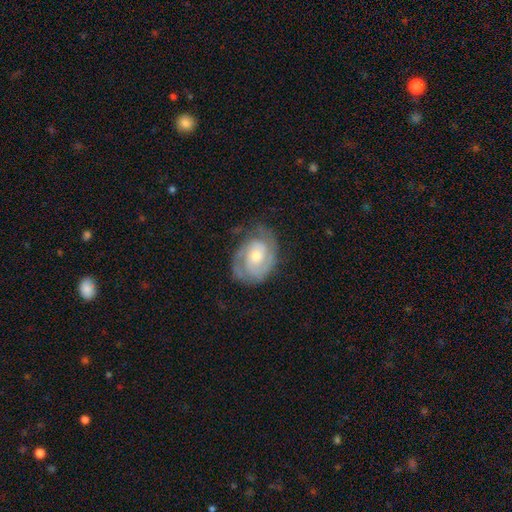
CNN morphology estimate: Smooth or featured?
  - featured or disk: 85% *
  - smooth: 11%
  - star or artifact: 5%
Edge-on disk?
  - no: 97% *
  - yes: 3%
Bar?
  - no: 66% *
  - weak: 28%
  - strong: 6%
Spiral arms?
  - yes: 95% *
  - no: 5%
Spiral winding?
  - tight: 63% *
  - medium: 31%
  - loose: 7%
Spiral arm count?
  - 2: 65% *
  - can't tell: 14%
  - 3: 11%
  - 1: 5%
  - 4: 2%
  - more than 4: 2%
Bulge size?
  - moderate: 54% *
  - small: 40%
  - large: 3%
  - none: 1%
  - dominant: 1%
Merging?
  - none: 69% *
  - minor disturbance: 21%
  - major disturbance: 9%
  - merger: 1%